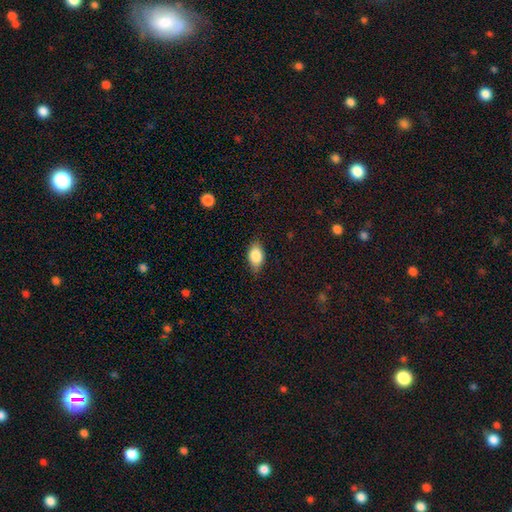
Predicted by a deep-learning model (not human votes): This is clearly a smooth galaxy (84%). How rounded: clearly in between (89%). Merging: clearly none (80%).